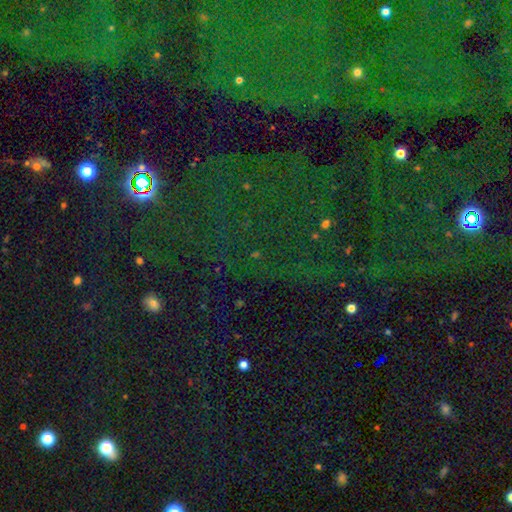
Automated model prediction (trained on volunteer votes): Smooth or featured: star or artifact — 82% (smooth — 10%)